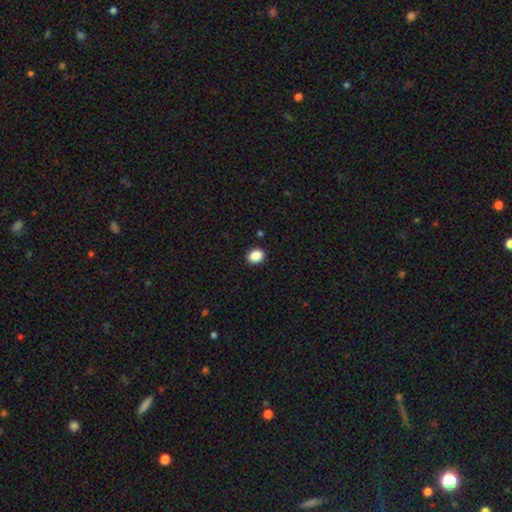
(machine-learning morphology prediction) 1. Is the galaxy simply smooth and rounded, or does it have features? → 88% smooth, 9% star or artifact, 3% featured or disk.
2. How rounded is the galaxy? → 56% in between, 43% round, 1% cigar-shaped.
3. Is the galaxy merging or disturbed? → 90% none, 7% minor disturbance, 2% major disturbance, 1% merger.